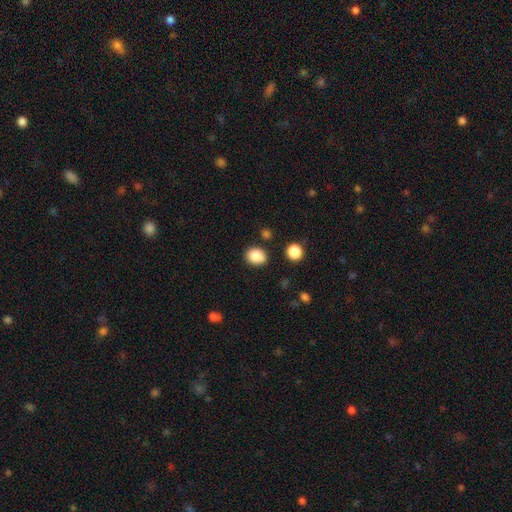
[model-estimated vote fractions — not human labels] Morphology: type=smooth (86%); roundness=round (56%); merging=none (81%).